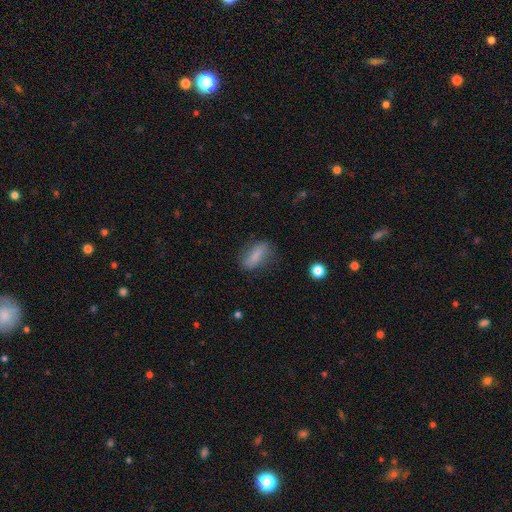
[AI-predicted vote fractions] Smooth or featured: smooth — 71% (featured or disk — 20%)
How rounded: in between — 75% (cigar-shaped — 20%)
Merging: none — 70% (minor disturbance — 21%)